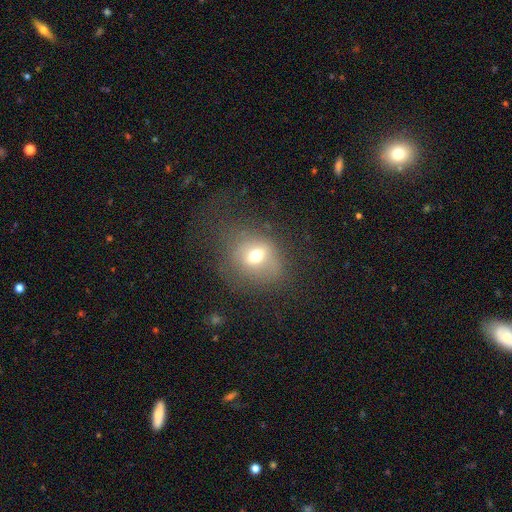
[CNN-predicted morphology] Overall: smooth (65%). How rounded: round (63%; in between 36%). Merging: none (58%; minor disturbance 21%).